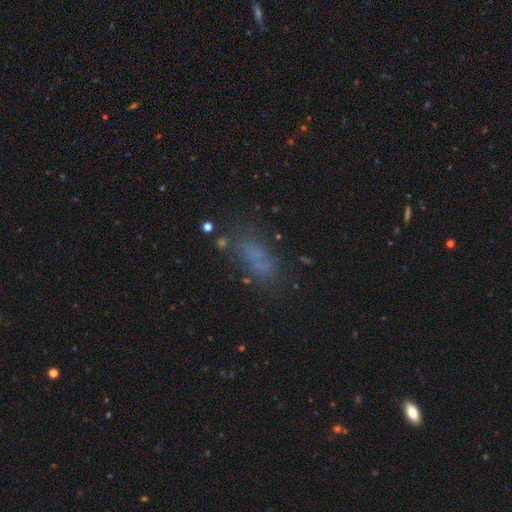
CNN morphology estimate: A smooth galaxy with no disk features (66%) that is in between round and cigar-shaped (70%). Merging: none (65%).